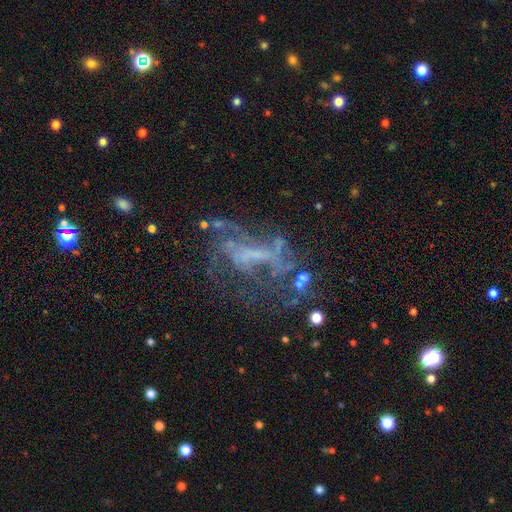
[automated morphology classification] Smooth or featured?
  - featured or disk: 70% *
  - star or artifact: 18%
  - smooth: 12%
Edge-on disk?
  - no: 94% *
  - yes: 6%
Bar?
  - no: 48% *
  - weak: 31%
  - strong: 21%
Spiral arms?
  - yes: 57% *
  - no: 43%
Bulge size?
  - none: 62% *
  - small: 21%
  - moderate: 13%
  - large: 3%
  - dominant: 1%
Merging?
  - none: 40% *
  - major disturbance: 37%
  - minor disturbance: 16%
  - merger: 7%